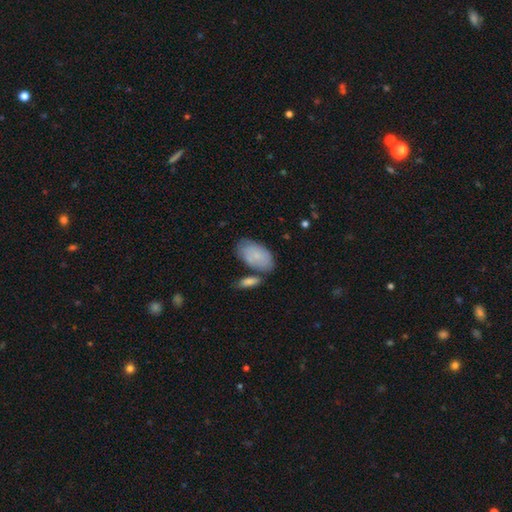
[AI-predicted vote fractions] This appears to be a smooth galaxy with no disk features (78%) that is in between round and cigar-shaped (95%). Merging: none (60%).